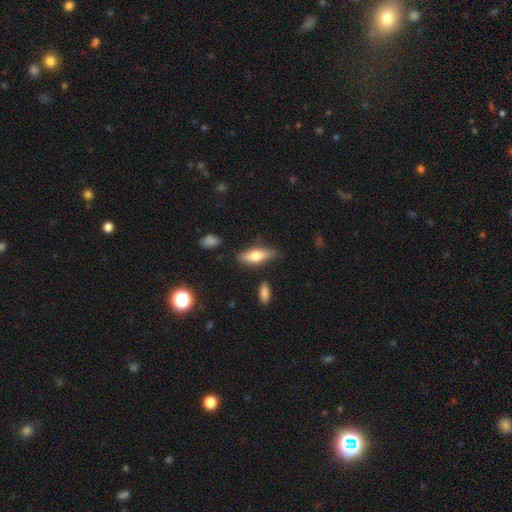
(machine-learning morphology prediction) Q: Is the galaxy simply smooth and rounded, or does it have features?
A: smooth — 64%.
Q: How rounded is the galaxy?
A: in between — 59%.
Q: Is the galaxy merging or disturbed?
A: none — 77%.